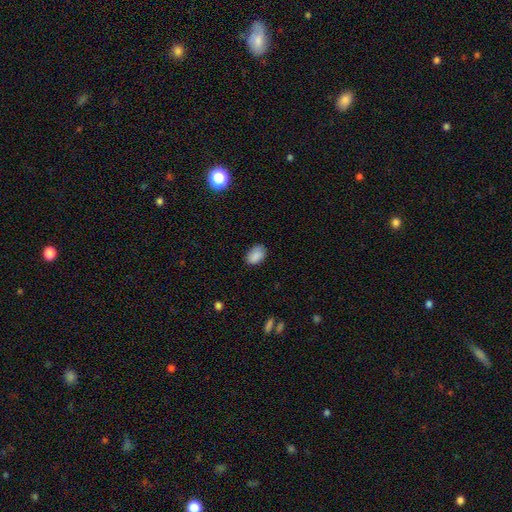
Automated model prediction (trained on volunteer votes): Morphology: type=smooth (87%); roundness=in between (86%); merging=none (77%).